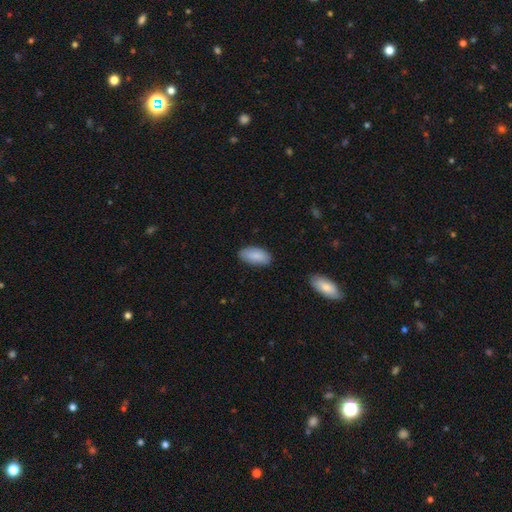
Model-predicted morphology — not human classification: type=smooth (88%); roundness=in between (92%); merging=none (84%).